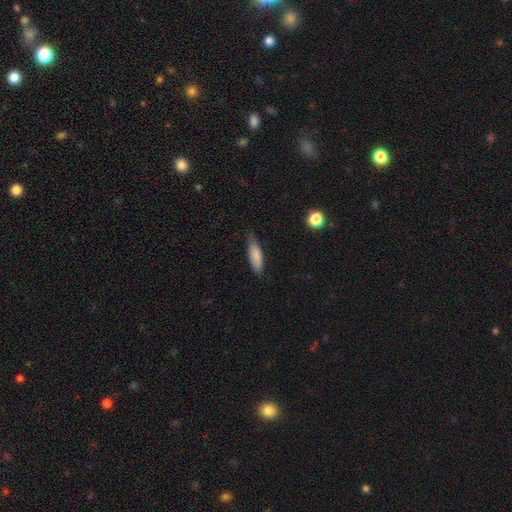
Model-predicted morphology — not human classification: Smooth or featured: smooth — 82% (featured or disk — 12%)
How rounded: in between — 56% (cigar-shaped — 42%)
Merging: none — 67% (minor disturbance — 27%)